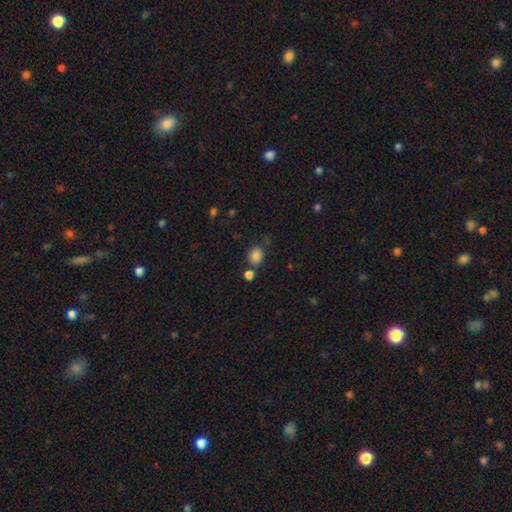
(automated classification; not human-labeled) Morphology: type=smooth (84%); roundness=round (52%); merging=none (61%).